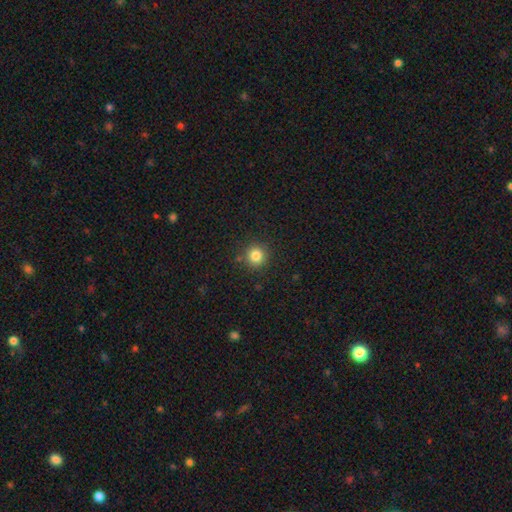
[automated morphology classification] smooth 83%, star or artifact 12%, featured or disk 5%. Down the decision tree: how rounded — round (93%); merging — none (88%).